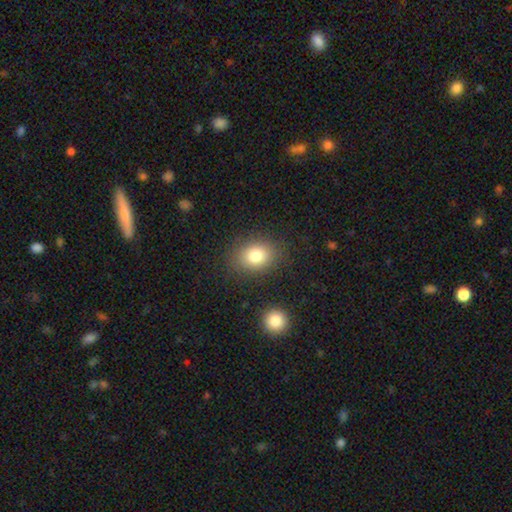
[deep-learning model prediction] Smooth or featured? smooth (80%)
How rounded? in between (55%)
Merging? none (83%)